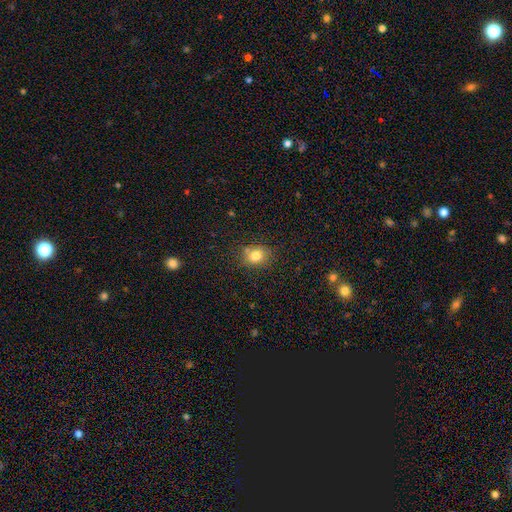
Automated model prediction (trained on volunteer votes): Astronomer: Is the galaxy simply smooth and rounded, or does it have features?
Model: smooth — 79%.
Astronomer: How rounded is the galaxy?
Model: round — 56% (runner-up: in between, 43%).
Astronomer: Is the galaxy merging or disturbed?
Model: none — 73%.